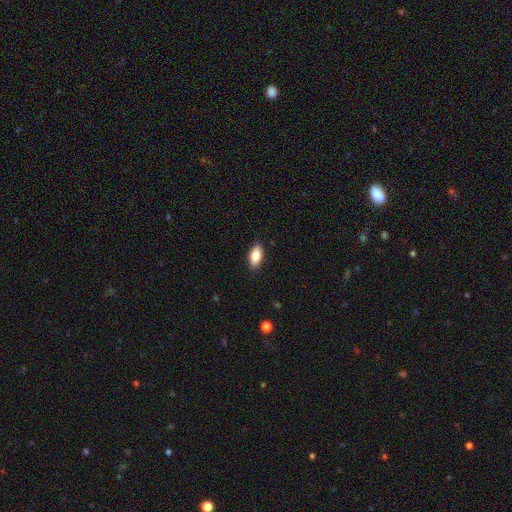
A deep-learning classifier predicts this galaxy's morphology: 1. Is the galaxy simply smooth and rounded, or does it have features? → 85% smooth, 8% featured or disk, 7% star or artifact.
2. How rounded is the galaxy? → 90% in between, 7% cigar-shaped, 3% round.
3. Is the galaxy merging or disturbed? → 88% none, 9% minor disturbance, 2% major disturbance, 1% merger.